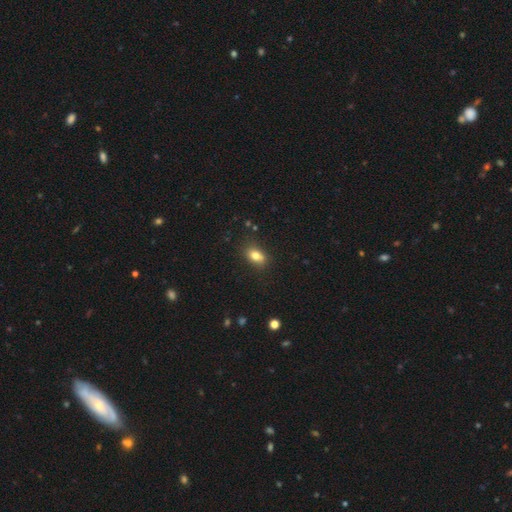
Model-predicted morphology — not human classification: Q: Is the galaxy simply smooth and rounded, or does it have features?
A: smooth — 79%.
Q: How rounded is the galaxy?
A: in between — 77%.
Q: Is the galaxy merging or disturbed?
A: none — 70%.